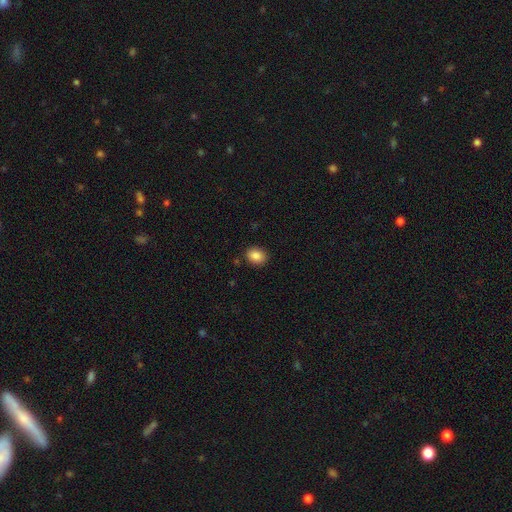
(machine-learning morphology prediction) Overall: smooth (87%). How rounded: in between (52%; round 47%). Merging: none (88%).